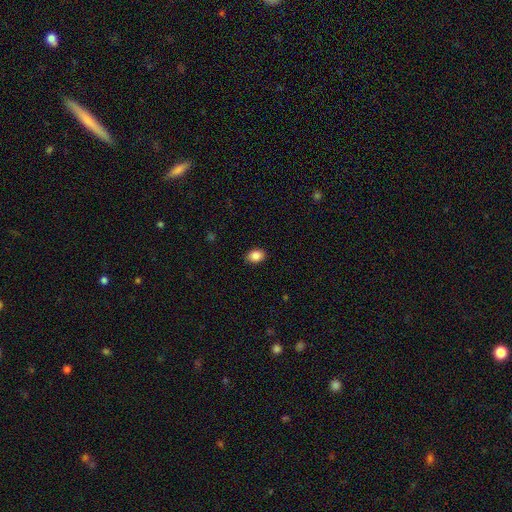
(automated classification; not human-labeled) Overall: smooth (87%). How rounded: in between (71%). Merging: none (87%).